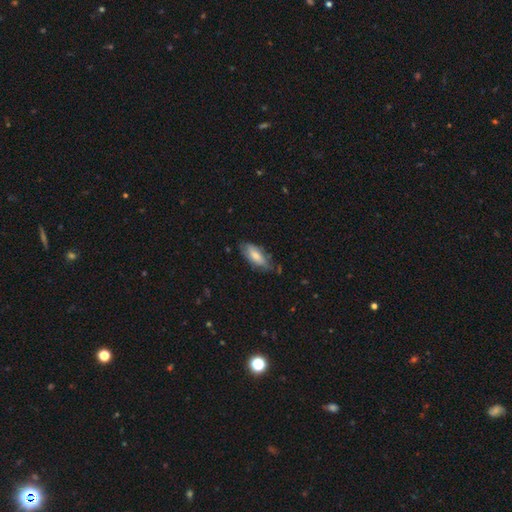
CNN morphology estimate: Smooth or featured? smooth (71%)
How rounded? in between (77%)
Merging? none (69%)